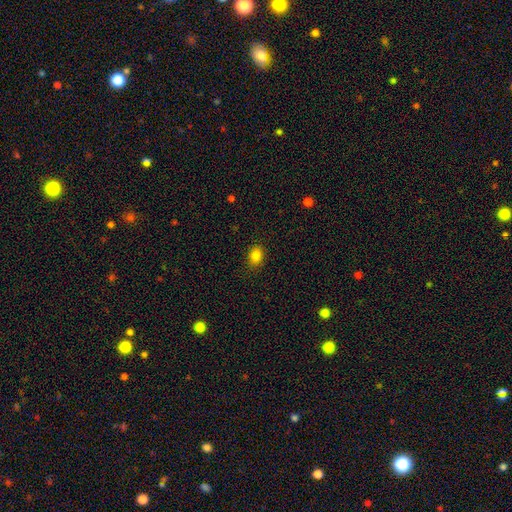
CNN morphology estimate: Smooth or featured? Predicted: smooth (p=0.84). How rounded? Predicted: in between (p=0.64). Merging? Predicted: none (p=0.87).